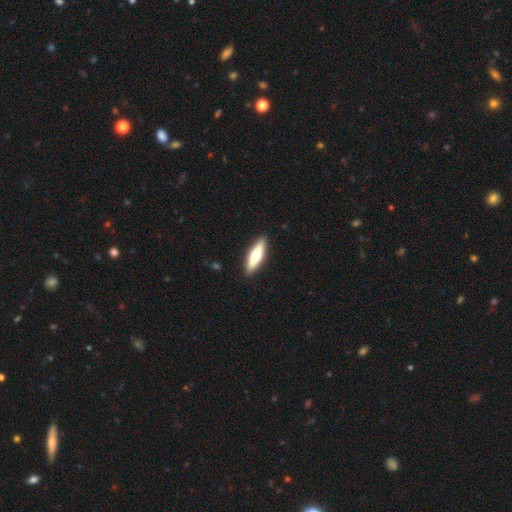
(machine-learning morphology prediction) The model was most divided on "how rounded": cigar-shaped: 58%, in between: 40%, round: 2%. More confident: merging — none (90%); smooth or featured — smooth (59%).